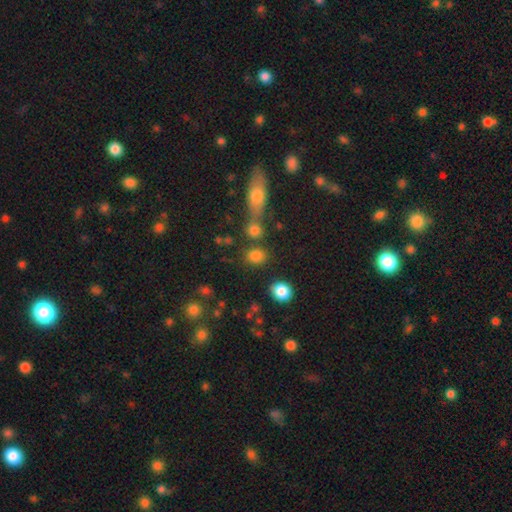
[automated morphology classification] A smooth galaxy with no disk features (82%) that is round (56%).

Vote fractions:
- Smooth or featured? smooth: 82% / star or artifact: 12% / featured or disk: 6%
- How rounded? round: 56% / in between: 42% / cigar-shaped: 2%
- Merging? none: 70% / merger: 16% / minor disturbance: 10% / major disturbance: 4%